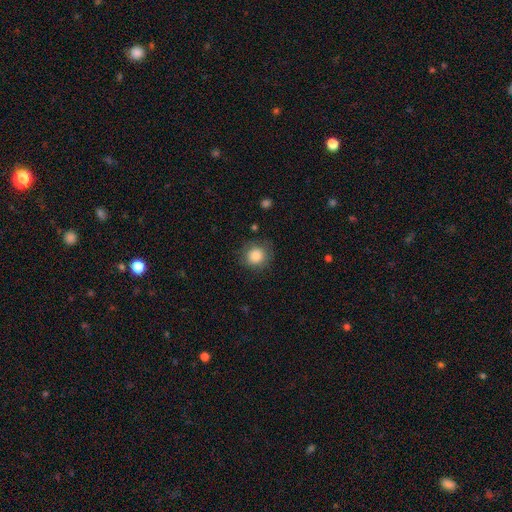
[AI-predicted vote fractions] Q: Smooth or featured?
A: smooth (86%); runner-up: star or artifact (9%)
Q: How rounded?
A: round (89%); runner-up: in between (10%)
Q: Merging?
A: none (81%); runner-up: minor disturbance (13%)